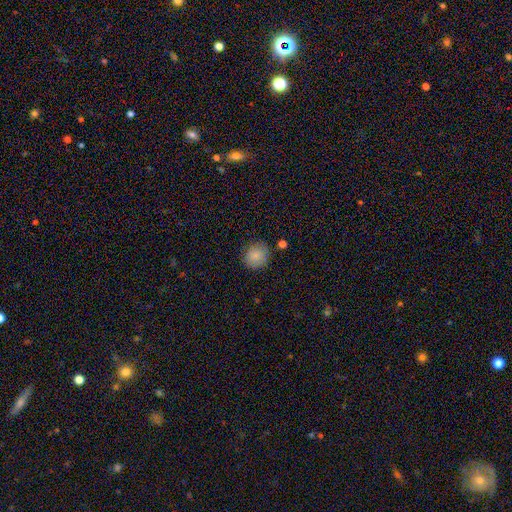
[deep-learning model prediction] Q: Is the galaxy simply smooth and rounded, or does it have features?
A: smooth — 86%.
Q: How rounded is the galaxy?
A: round — 79%.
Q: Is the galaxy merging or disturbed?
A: none — 82%.